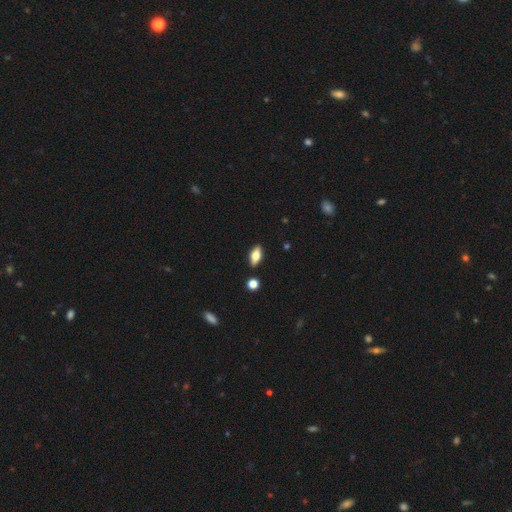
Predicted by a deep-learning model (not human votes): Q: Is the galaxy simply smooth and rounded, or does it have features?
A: smooth — 62%.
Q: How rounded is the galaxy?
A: in between — 79%.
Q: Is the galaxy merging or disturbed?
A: none — 87%.